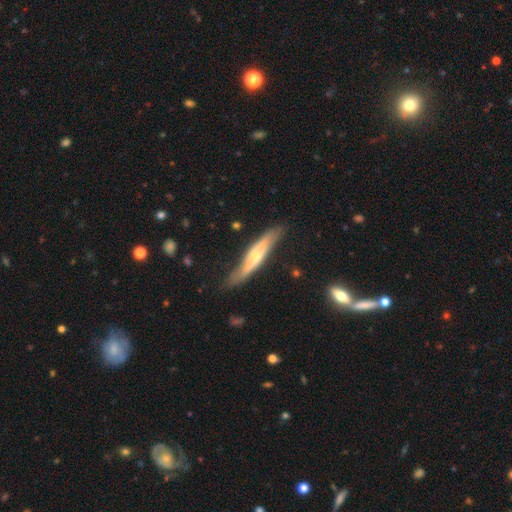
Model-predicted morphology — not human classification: Smooth or featured? Predicted: featured or disk (p=0.58). Edge-on disk? Predicted: yes (p=0.75). Merging? Predicted: none (p=0.73).